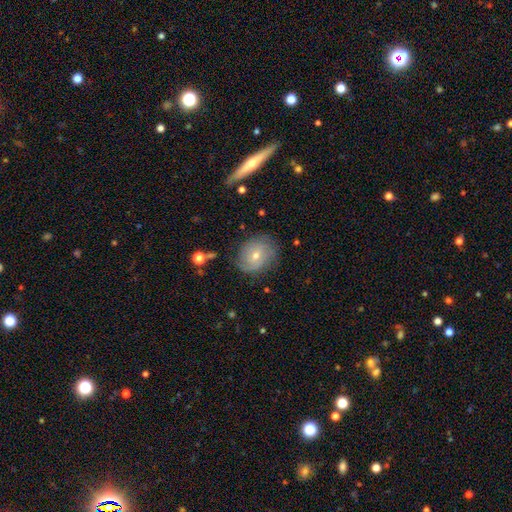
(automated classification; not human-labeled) smooth-or-featured: featured or disk: 65% | smooth: 26% | star or artifact: 10%
  disk-edge-on: no: 92% | yes: 8%
    bar: no: 73% | weak: 22% | strong: 5%
    has-spiral-arms: yes: 83% | no: 17%
    bulge-size: small: 52% | moderate: 44% | large: 1% | none: 1% | dominant: 1%
  merging: none: 78% | minor disturbance: 16% | major disturbance: 5% | merger: 2%